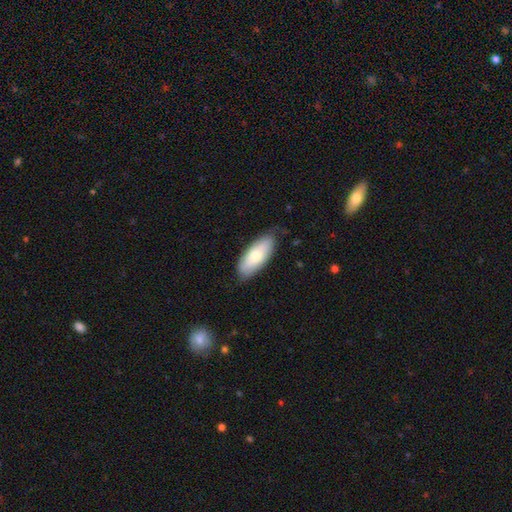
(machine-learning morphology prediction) This appears to be a smooth galaxy with no disk features (70%) that is in between round and cigar-shaped (83%). Merging: none (78%).